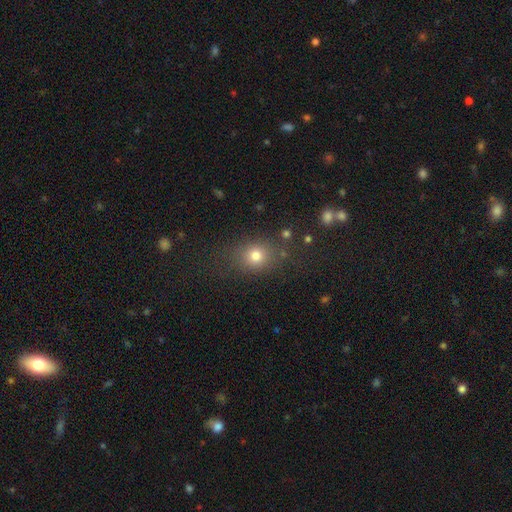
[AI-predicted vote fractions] Q: Smooth or featured?
A: smooth (76%); runner-up: star or artifact (15%)
Q: How rounded?
A: round (62%); runner-up: in between (37%)
Q: Merging?
A: none (74%); runner-up: minor disturbance (14%)